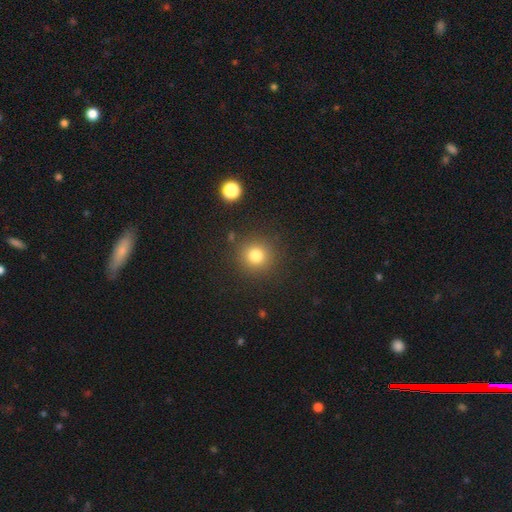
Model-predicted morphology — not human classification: A smooth galaxy with no disk features (79%) that is round (93%).

Vote fractions:
- Smooth or featured? smooth: 79% / star or artifact: 14% / featured or disk: 7%
- How rounded? round: 93% / in between: 6% / cigar-shaped: 1%
- Merging? none: 87% / minor disturbance: 7% / major disturbance: 3% / merger: 2%